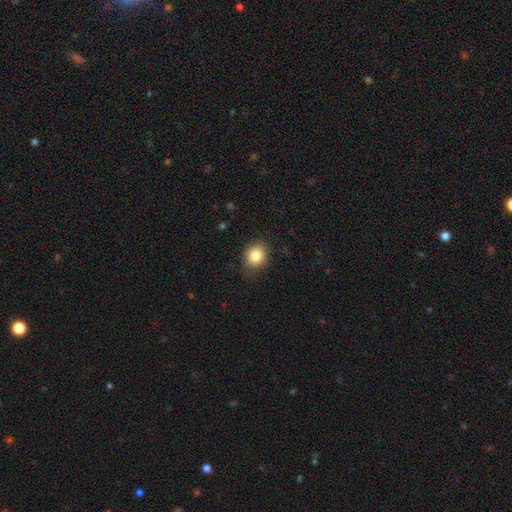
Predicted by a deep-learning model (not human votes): Smooth or featured?
  - smooth: 84% *
  - star or artifact: 10%
  - featured or disk: 6%
How rounded?
  - round: 60% *
  - in between: 39%
  - cigar-shaped: 1%
Merging?
  - none: 82% *
  - minor disturbance: 14%
  - major disturbance: 3%
  - merger: 1%